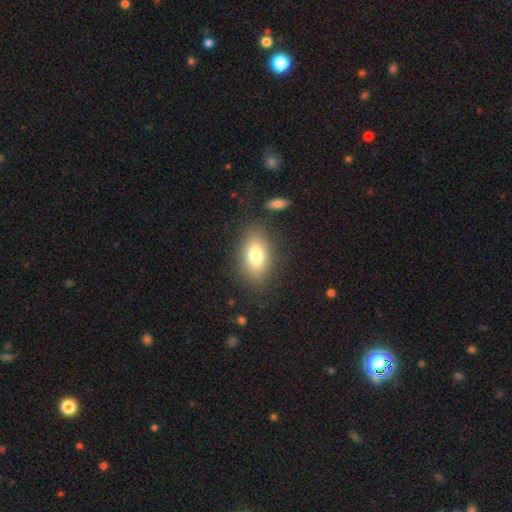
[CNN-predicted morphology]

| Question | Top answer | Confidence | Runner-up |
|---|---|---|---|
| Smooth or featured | smooth | 77% | featured or disk (14%) |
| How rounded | in between | 87% | round (10%) |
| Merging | none | 82% | minor disturbance (11%) |